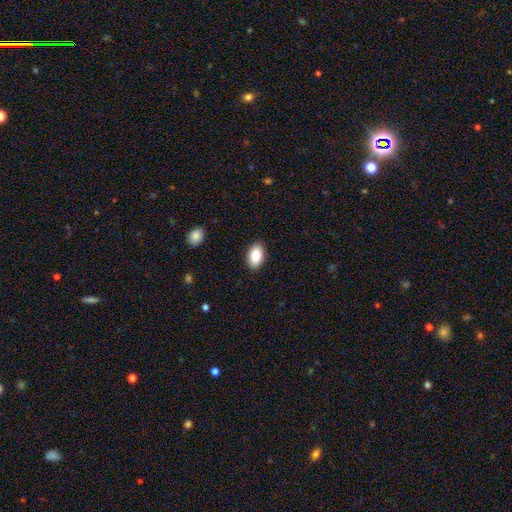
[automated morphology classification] A smooth galaxy with no disk features (86%) that is in between round and cigar-shaped (93%). Merging: none (89%).